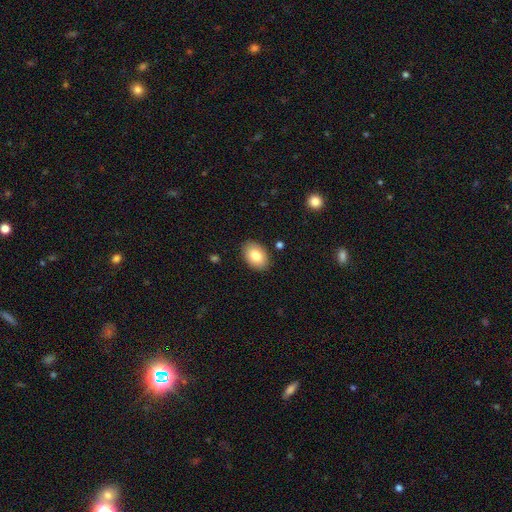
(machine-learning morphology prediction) smooth_or_featured: smooth (p=0.82) [alt: featured or disk p=0.11]
how_rounded: in between (p=0.86) [alt: round p=0.13]
merging: none (p=0.87) [alt: minor disturbance p=0.09]